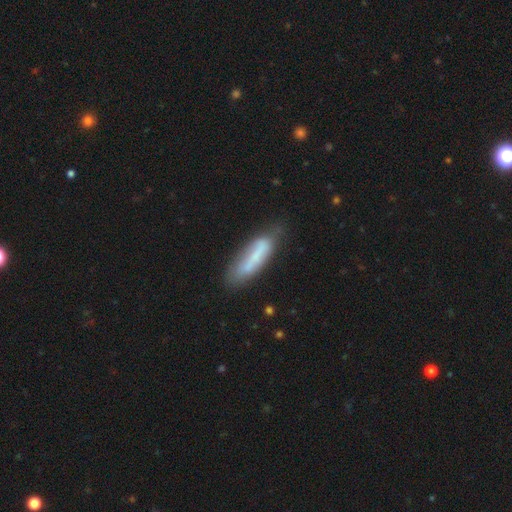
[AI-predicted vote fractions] Q: Smooth or featured?
A: smooth (61%); runner-up: featured or disk (32%)
Q: How rounded?
A: cigar-shaped (64%); runner-up: in between (35%)
Q: Merging?
A: none (57%); runner-up: minor disturbance (28%)